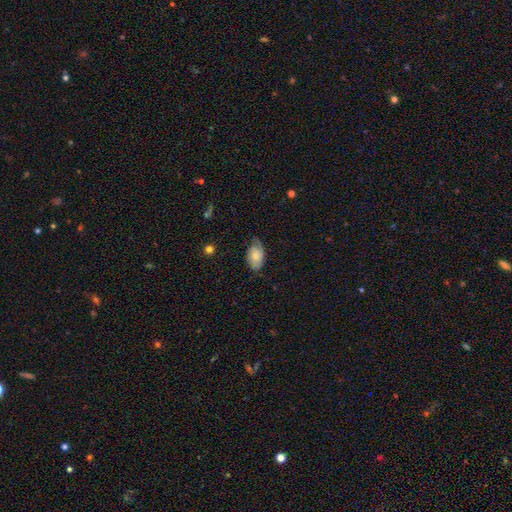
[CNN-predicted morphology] Smooth or featured?
  - smooth: 56% *
  - featured or disk: 37%
  - star or artifact: 8%
How rounded?
  - in between: 91% *
  - round: 7%
  - cigar-shaped: 2%
Merging?
  - none: 58% *
  - minor disturbance: 30%
  - major disturbance: 10%
  - merger: 1%